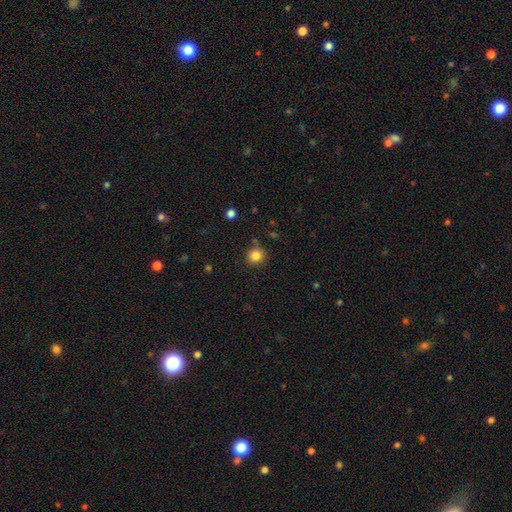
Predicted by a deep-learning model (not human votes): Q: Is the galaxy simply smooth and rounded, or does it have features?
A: smooth — 83%.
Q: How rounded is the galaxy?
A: round — 88%.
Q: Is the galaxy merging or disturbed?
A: none — 86%.